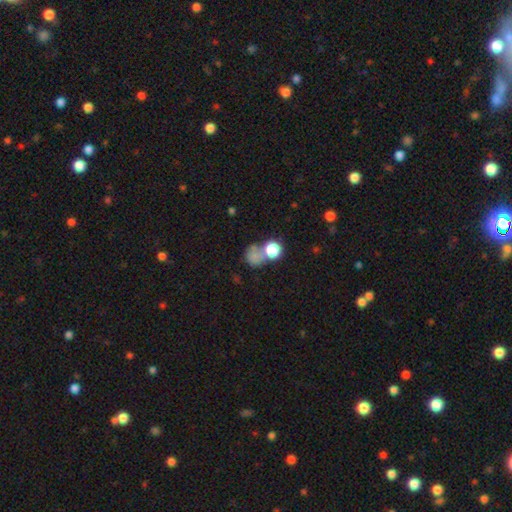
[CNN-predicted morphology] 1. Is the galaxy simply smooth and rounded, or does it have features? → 70% smooth, 18% star or artifact, 12% featured or disk.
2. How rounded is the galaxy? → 72% round, 27% in between, 1% cigar-shaped.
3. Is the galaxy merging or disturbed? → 37% merger, 36% none, 15% major disturbance, 13% minor disturbance.